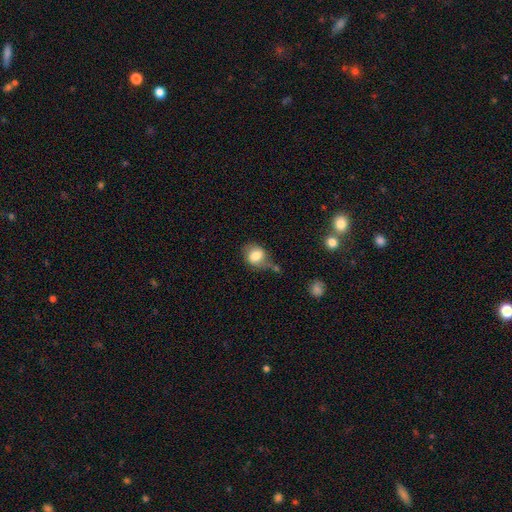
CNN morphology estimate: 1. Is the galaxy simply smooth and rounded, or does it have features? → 78% smooth, 13% featured or disk, 9% star or artifact.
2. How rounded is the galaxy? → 64% round, 35% in between, 1% cigar-shaped.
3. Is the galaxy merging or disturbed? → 44% none, 29% minor disturbance, 14% major disturbance, 13% merger.